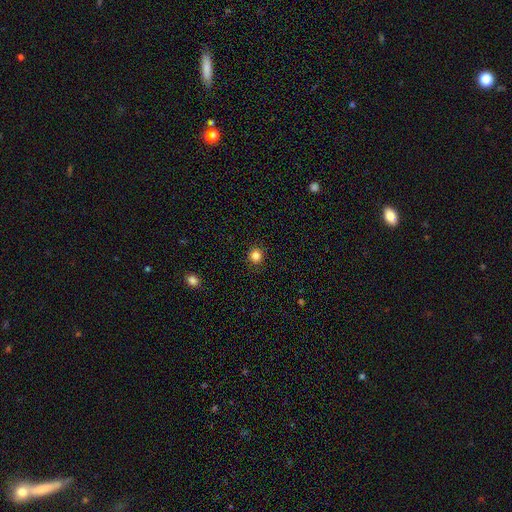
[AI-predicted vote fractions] Overall: smooth (84%). How rounded: round (91%). Merging: none (91%).